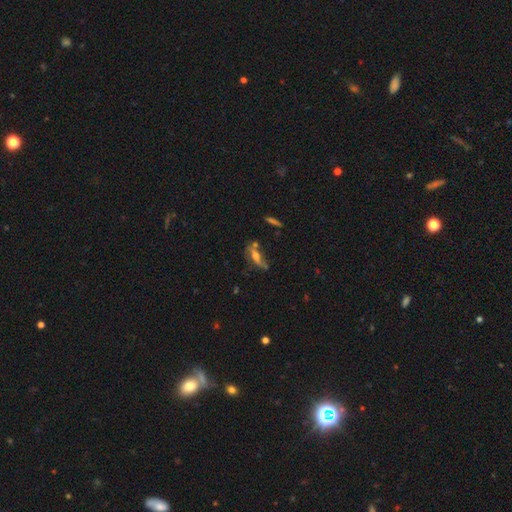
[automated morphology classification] type=featured or disk (52%); edge-on=no (51%); merging=none (45%).